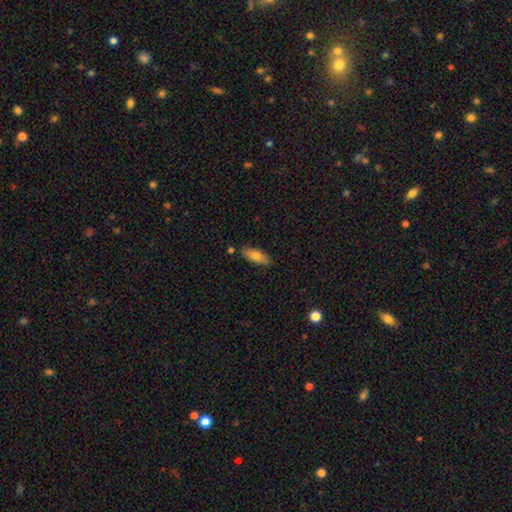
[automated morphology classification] smooth-or-featured: smooth: 79% | featured or disk: 15% | star or artifact: 7%
  how-rounded: in between: 75% | cigar-shaped: 23% | round: 2%
  merging: none: 80% | minor disturbance: 14% | merger: 4% | major disturbance: 3%